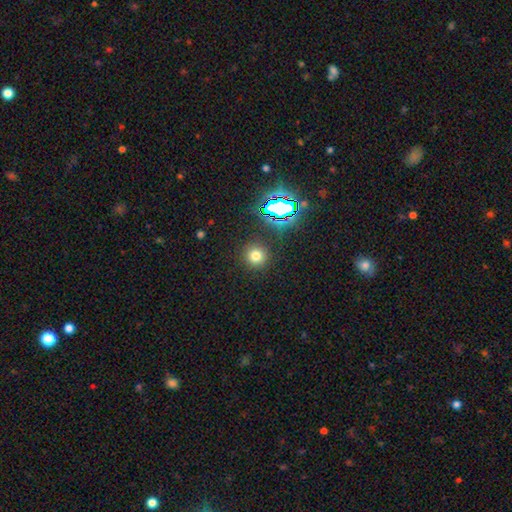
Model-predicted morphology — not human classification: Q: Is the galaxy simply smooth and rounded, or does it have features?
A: smooth — 70%.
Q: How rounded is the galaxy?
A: round — 93%.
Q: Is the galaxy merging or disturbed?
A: none — 90%.